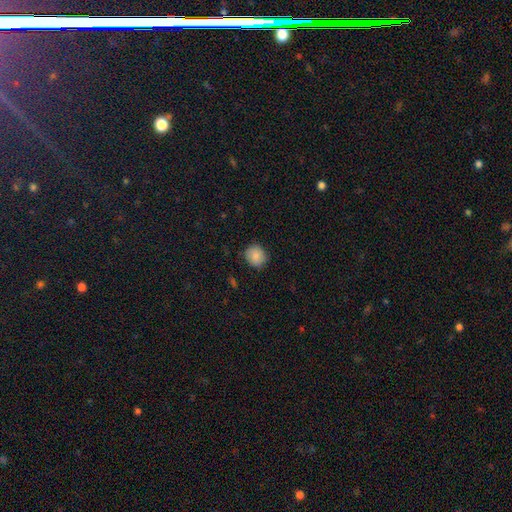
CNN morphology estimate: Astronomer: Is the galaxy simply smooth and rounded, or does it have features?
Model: smooth — 86%.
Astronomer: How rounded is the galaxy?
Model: round — 80%.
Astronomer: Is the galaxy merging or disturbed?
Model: none — 82%.